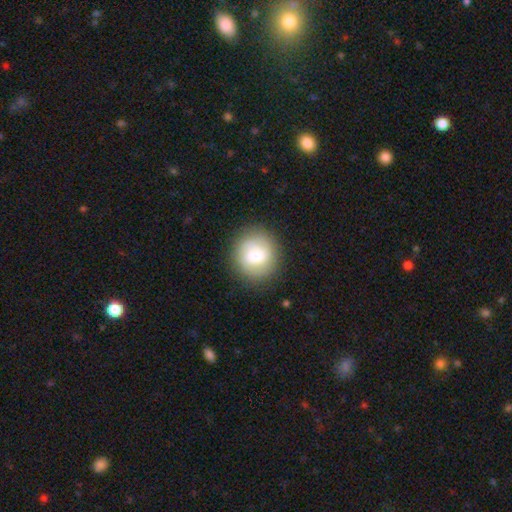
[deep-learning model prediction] This appears to be a smooth galaxy with no disk features (66%) that is round (91%). Merging: none (87%).